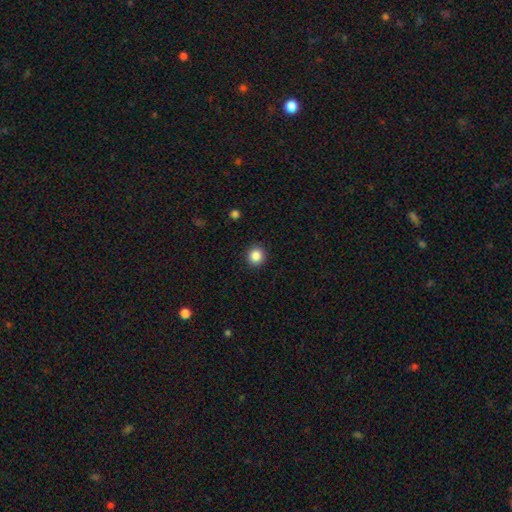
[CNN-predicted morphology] Smooth or featured? smooth (86%)
How rounded? round (89%)
Merging? none (91%)